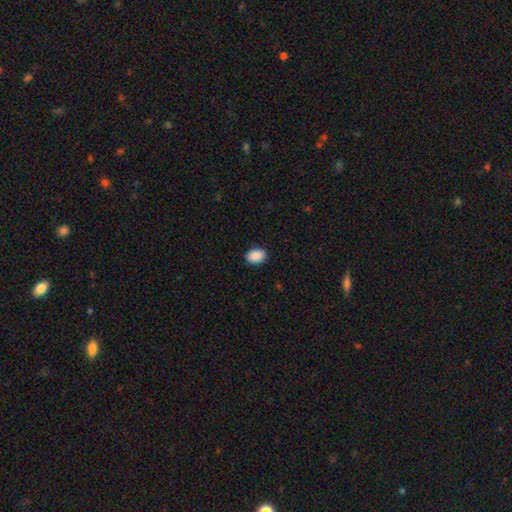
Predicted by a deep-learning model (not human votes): This appears to be a smooth galaxy with no disk features (91%) that is in between round and cigar-shaped (80%). Merging: none (90%).